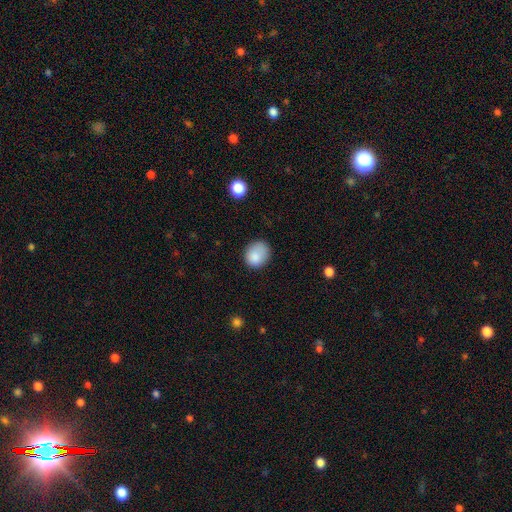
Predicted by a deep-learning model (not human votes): Smooth or featured?
  - smooth: 84% *
  - star or artifact: 9%
  - featured or disk: 7%
How rounded?
  - round: 59% *
  - in between: 40%
  - cigar-shaped: 1%
Merging?
  - none: 68% *
  - minor disturbance: 23%
  - major disturbance: 7%
  - merger: 3%